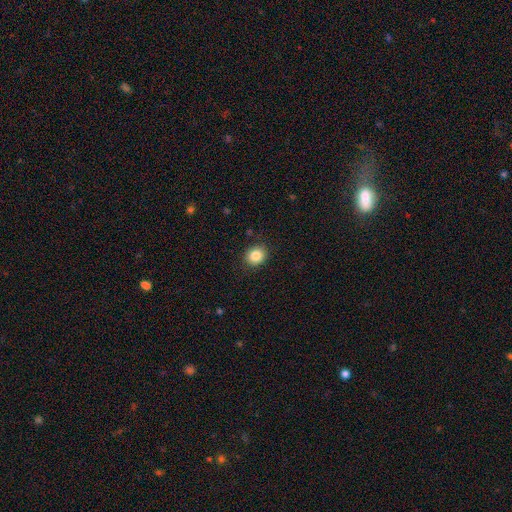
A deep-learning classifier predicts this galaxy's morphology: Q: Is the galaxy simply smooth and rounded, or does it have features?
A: smooth — 85%.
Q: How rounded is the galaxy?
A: round — 69%.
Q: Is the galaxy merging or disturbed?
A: none — 89%.